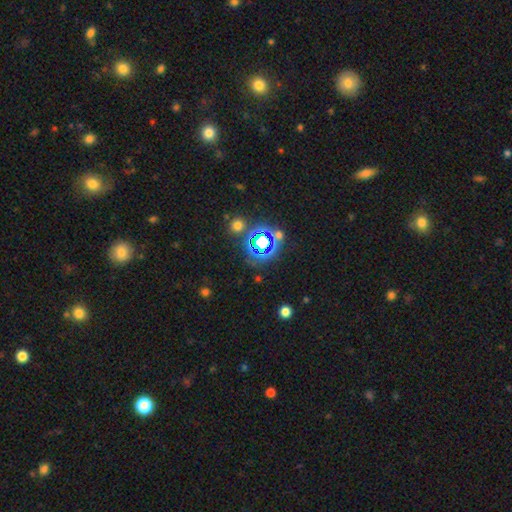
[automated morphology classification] Smooth or featured? star or artifact (72%)